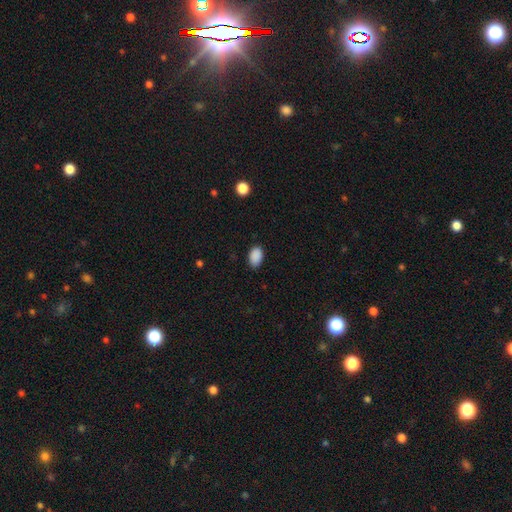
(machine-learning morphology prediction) type=smooth (89%); roundness=in between (88%); merging=none (82%).